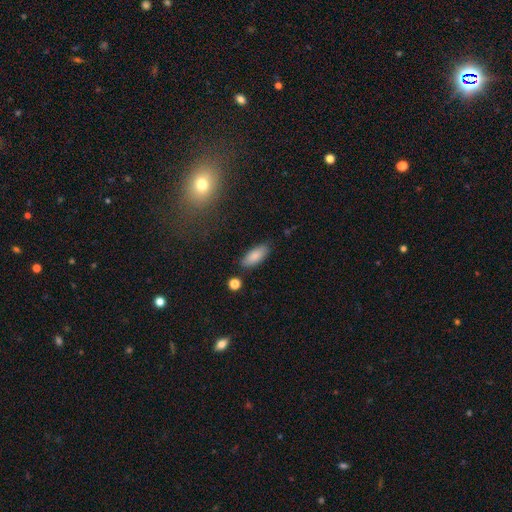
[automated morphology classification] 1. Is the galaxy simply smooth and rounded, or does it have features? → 85% smooth, 8% featured or disk, 7% star or artifact.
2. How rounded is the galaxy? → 80% in between, 18% cigar-shaped, 2% round.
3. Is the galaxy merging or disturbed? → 82% none, 13% minor disturbance, 3% major disturbance, 3% merger.